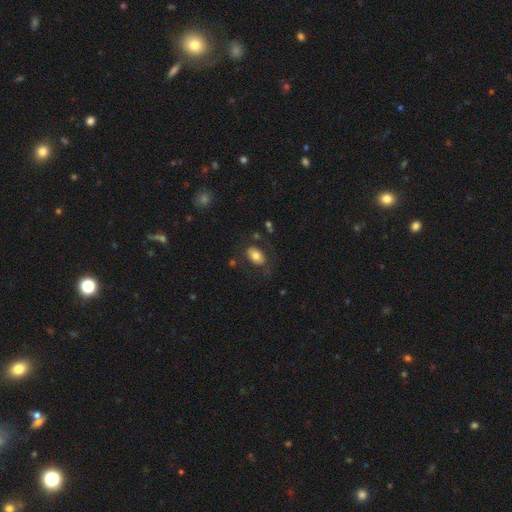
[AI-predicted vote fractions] Smooth or featured: smooth — 73% (featured or disk — 19%)
How rounded: in between — 88% (round — 11%)
Merging: none — 73% (minor disturbance — 14%)